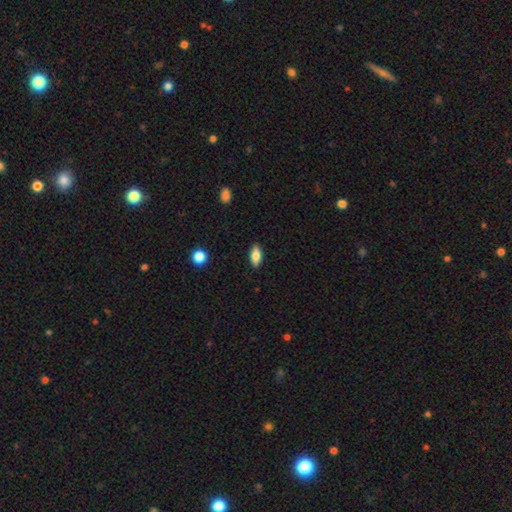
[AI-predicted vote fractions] smooth_or_featured: smooth (p=0.77) [alt: featured or disk p=0.16]
how_rounded: in between (p=0.80) [alt: cigar-shaped p=0.17]
merging: none (p=0.88) [alt: minor disturbance p=0.09]